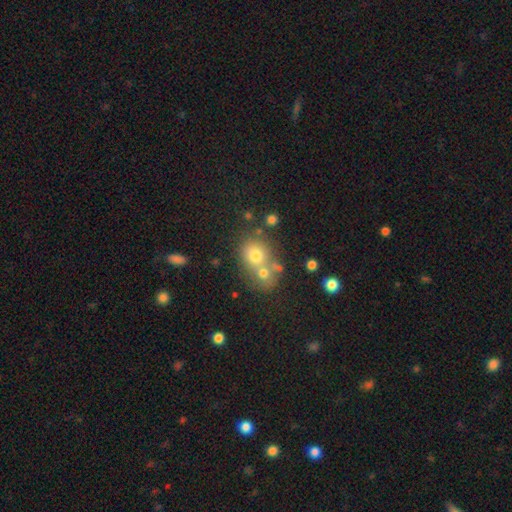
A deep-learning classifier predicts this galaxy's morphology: A smooth galaxy with no disk features (68%) that is round (67%).

Vote fractions:
- Smooth or featured? smooth: 68% / featured or disk: 17% / star or artifact: 15%
- How rounded? round: 67% / in between: 32% / cigar-shaped: 1%
- Merging? merger: 45% / none: 41% / minor disturbance: 9% / major disturbance: 5%